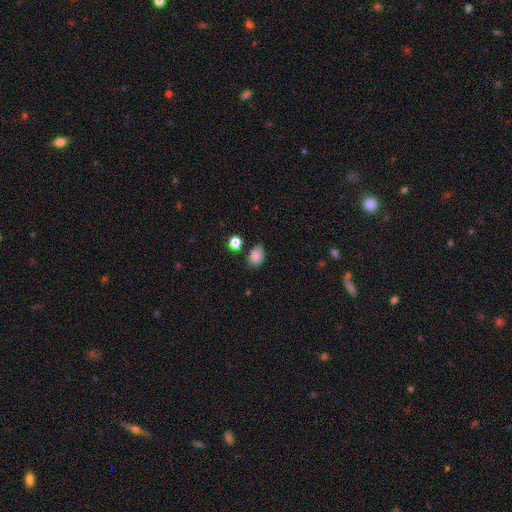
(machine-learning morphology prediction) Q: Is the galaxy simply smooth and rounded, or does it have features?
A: smooth — 83%.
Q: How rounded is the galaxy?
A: in between — 70%.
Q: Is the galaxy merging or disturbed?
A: none — 64%.